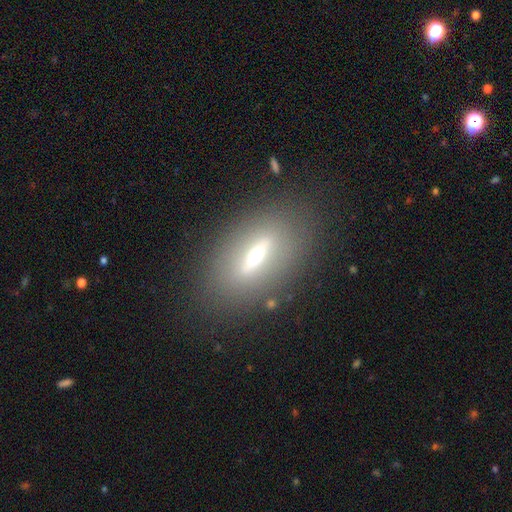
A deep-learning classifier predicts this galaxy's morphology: This is possibly a featured or disk galaxy (53%). It is possibly viewed edge-on (53%). Merging: clearly none (84%).